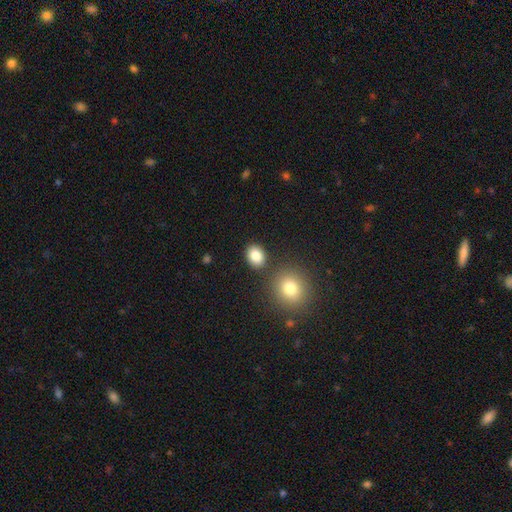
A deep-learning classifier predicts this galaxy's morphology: type=smooth (85%); roundness=in between (54%); merging=none (81%).